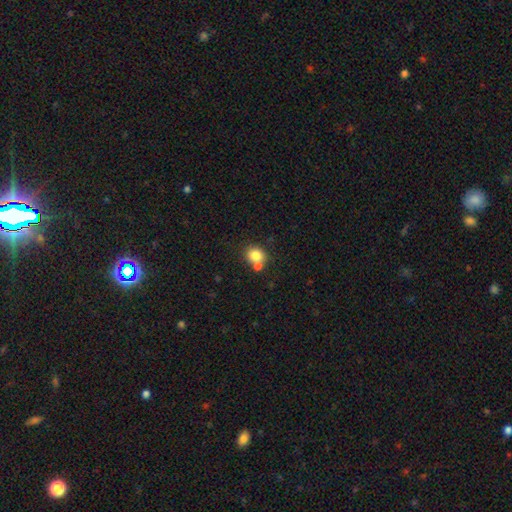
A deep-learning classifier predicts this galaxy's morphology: This appears to be a smooth galaxy with no disk features (81%) that is round (75%). Merging: none (55%).